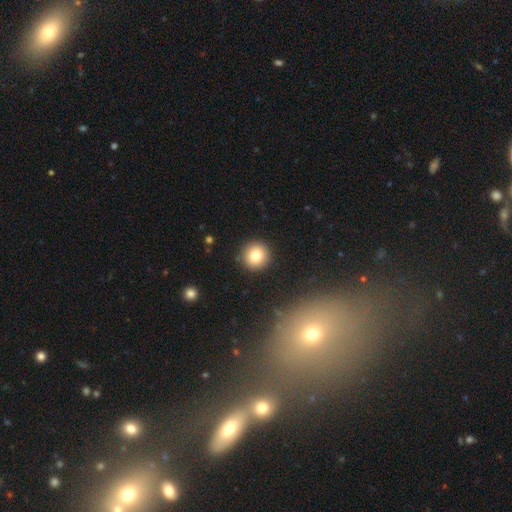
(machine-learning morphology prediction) A smooth galaxy with no disk features (78%) that is round (95%).

Vote fractions:
- Smooth or featured? smooth: 78% / star or artifact: 12% / featured or disk: 10%
- How rounded? round: 95% / in between: 4% / cigar-shaped: 1%
- Merging? none: 91% / minor disturbance: 5% / major disturbance: 2% / merger: 1%